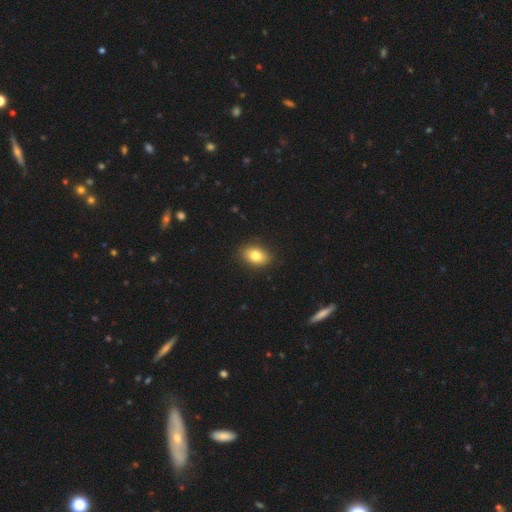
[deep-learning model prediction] Morphology: type=smooth (82%); roundness=in between (82%); merging=none (87%).